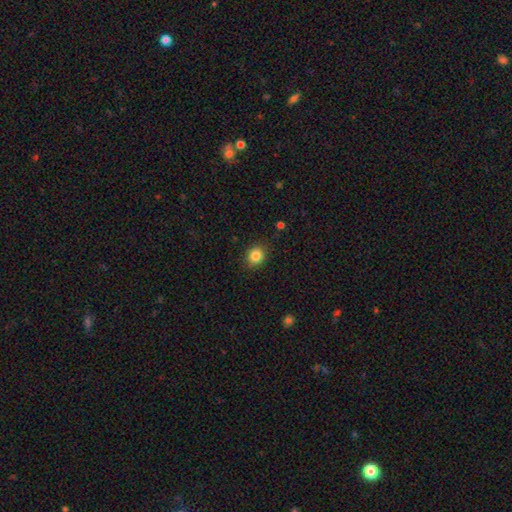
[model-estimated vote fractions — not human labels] Smooth or featured: smooth — 84% (star or artifact — 11%)
How rounded: round — 75% (in between — 24%)
Merging: none — 88% (minor disturbance — 8%)